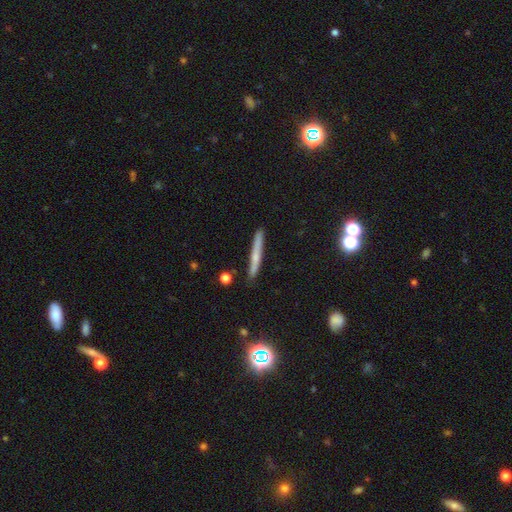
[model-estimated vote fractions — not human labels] smooth 51%, featured or disk 41%, star or artifact 9%. Down the decision tree: how rounded — cigar-shaped (95%); merging — none (88%).